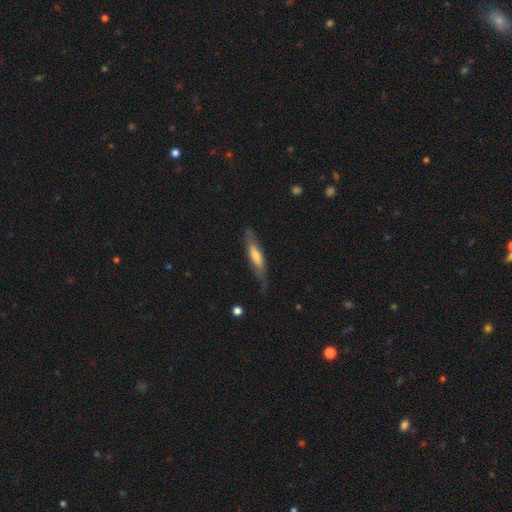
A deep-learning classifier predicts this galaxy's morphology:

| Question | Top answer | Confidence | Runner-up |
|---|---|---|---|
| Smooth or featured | featured or disk | 49% | smooth (45%) |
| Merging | none | 71% | minor disturbance (21%) |